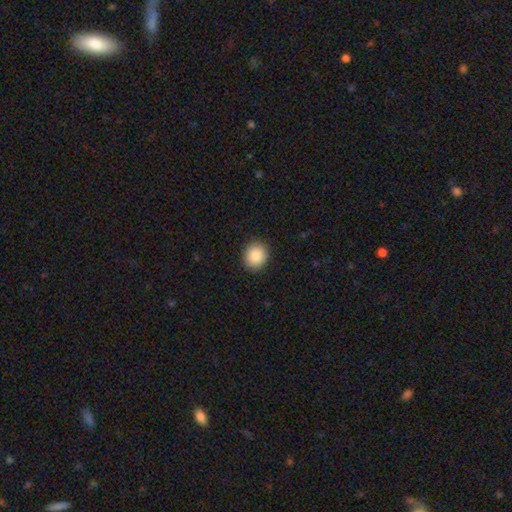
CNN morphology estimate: Smooth or featured?
  - smooth: 87% *
  - star or artifact: 8%
  - featured or disk: 5%
How rounded?
  - round: 79% *
  - in between: 20%
  - cigar-shaped: 1%
Merging?
  - none: 90% *
  - minor disturbance: 7%
  - major disturbance: 2%
  - merger: 1%